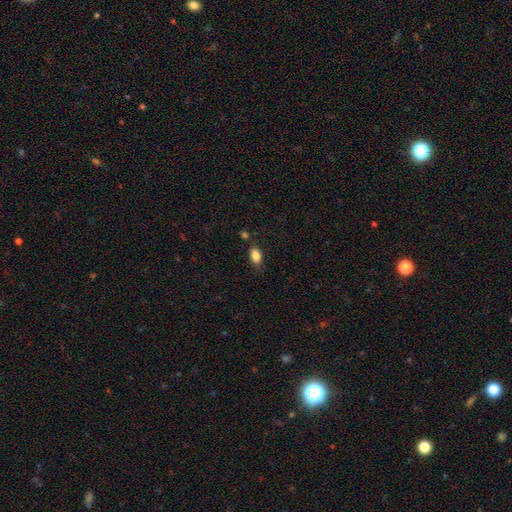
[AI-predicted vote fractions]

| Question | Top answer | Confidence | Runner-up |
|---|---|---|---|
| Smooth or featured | smooth | 86% | star or artifact (9%) |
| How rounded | in between | 89% | round (9%) |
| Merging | none | 76% | minor disturbance (16%) |